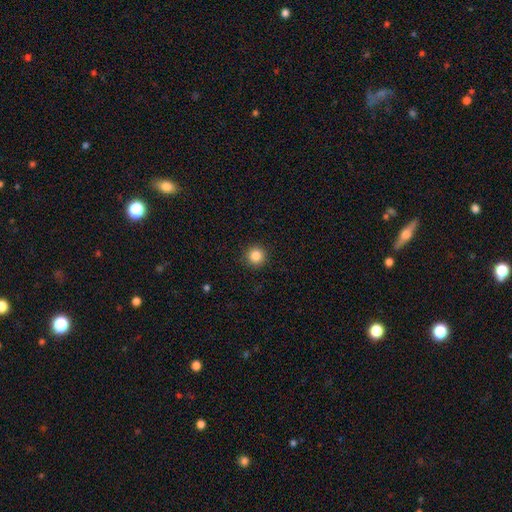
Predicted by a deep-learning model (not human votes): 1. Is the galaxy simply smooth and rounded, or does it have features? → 86% smooth, 11% star or artifact, 4% featured or disk.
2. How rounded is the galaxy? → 95% round, 4% in between, 1% cigar-shaped.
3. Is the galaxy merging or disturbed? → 92% none, 5% minor disturbance, 2% major disturbance, 1% merger.